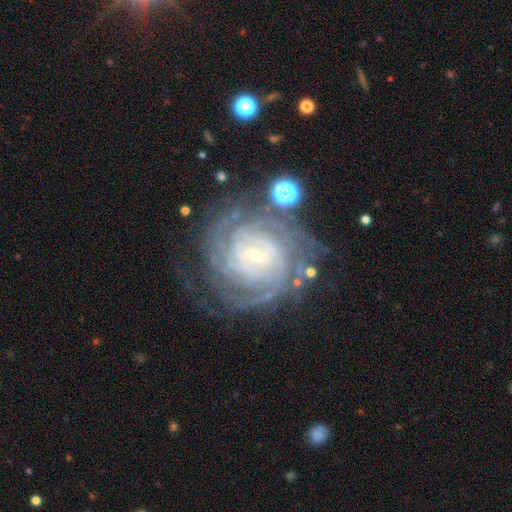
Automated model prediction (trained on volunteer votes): This appears to be a featured or disk galaxy (89%) with a weak bar (49%), tight (76%) spiral arms (97%) and a small central bulge (80%). Merging: none (72%).